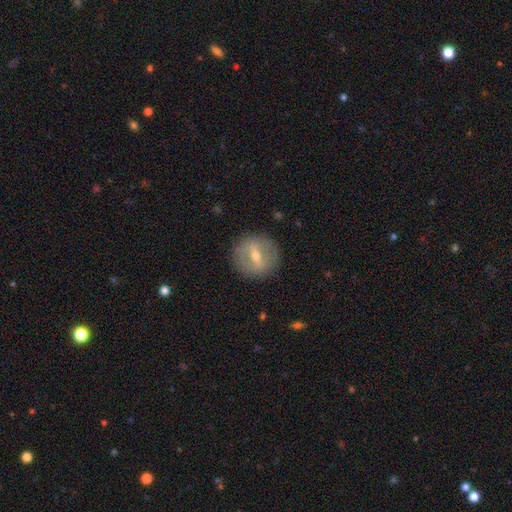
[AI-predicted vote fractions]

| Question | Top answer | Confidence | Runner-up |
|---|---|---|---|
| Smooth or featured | featured or disk | 58% | smooth (33%) |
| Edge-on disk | no | 82% | yes (18%) |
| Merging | none | 88% | minor disturbance (8%) |